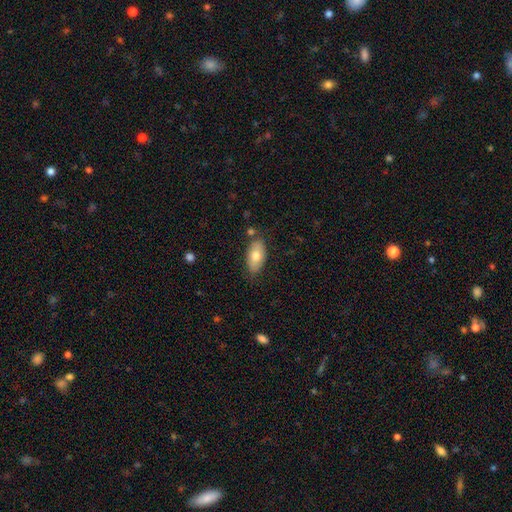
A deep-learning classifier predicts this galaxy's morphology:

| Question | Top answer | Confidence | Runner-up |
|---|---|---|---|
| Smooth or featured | smooth | 74% | featured or disk (19%) |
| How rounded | in between | 92% | cigar-shaped (5%) |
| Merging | none | 79% | minor disturbance (15%) |